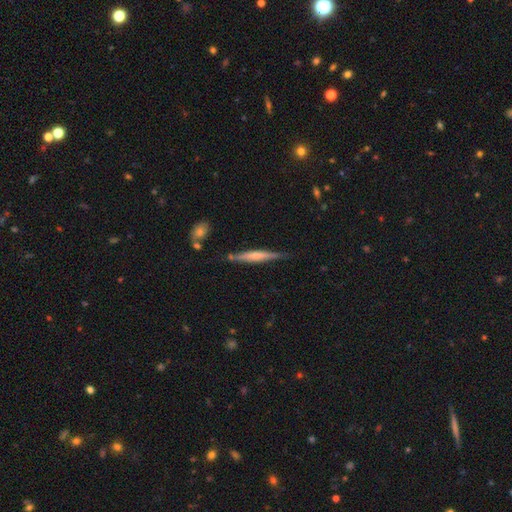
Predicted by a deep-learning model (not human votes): Morphology: type=featured or disk (54%); edge-on=yes (96%); edge-on bulge=rounded (45%); merging=none (78%).